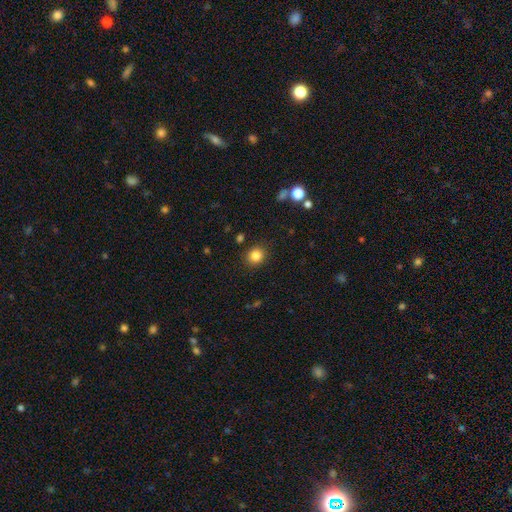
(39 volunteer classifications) This appears to be a smooth galaxy with no disk features (90%) that is round (77%). Merging: none (86%).